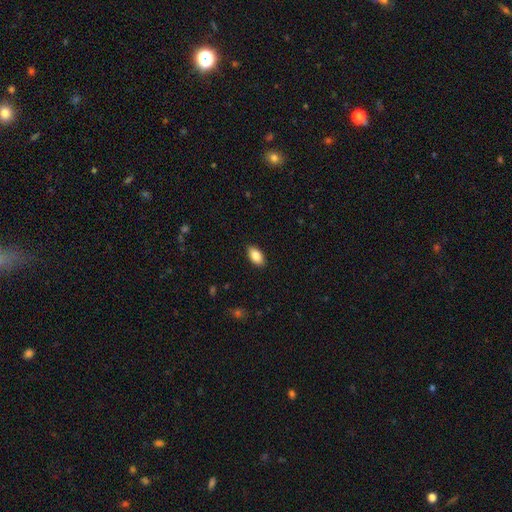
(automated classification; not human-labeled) smooth_or_featured: smooth (p=0.86) [alt: featured or disk p=0.07]
how_rounded: in between (p=0.93) [alt: cigar-shaped p=0.03]
merging: none (p=0.89) [alt: minor disturbance p=0.08]